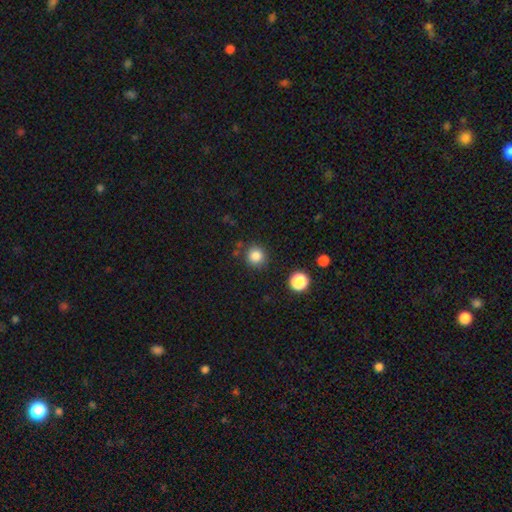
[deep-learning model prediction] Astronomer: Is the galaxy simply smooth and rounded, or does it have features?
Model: smooth — 84%.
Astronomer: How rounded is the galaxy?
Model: round — 92%.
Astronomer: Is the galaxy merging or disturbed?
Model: none — 86%.